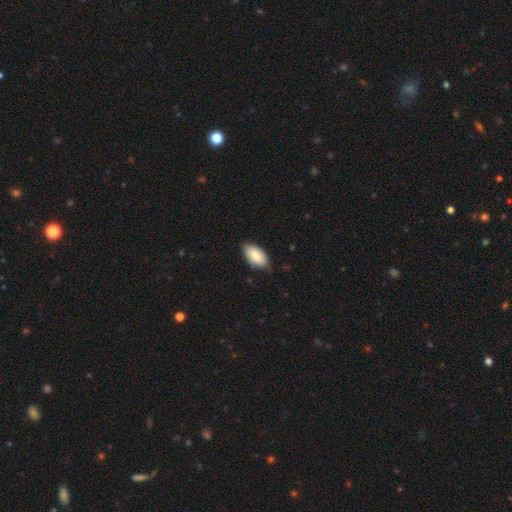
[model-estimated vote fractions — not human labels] Smooth or featured? smooth (82%)
How rounded? in between (94%)
Merging? none (78%)